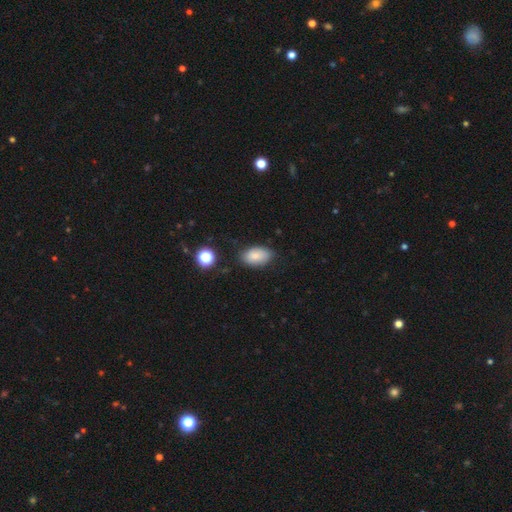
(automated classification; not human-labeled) Smooth or featured? smooth (83%)
How rounded? in between (91%)
Merging? none (77%)